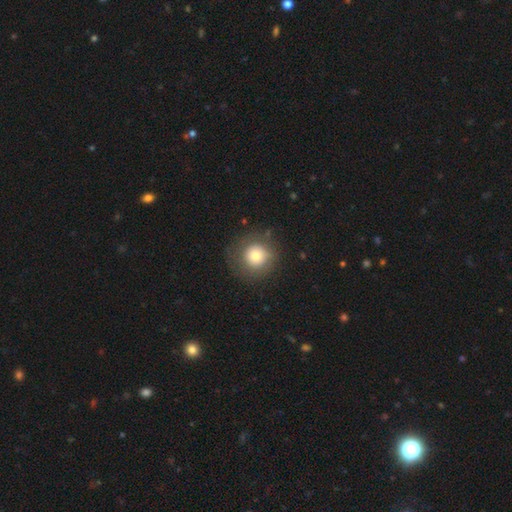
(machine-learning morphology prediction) This appears to be a smooth galaxy with no disk features (74%) that is round (94%). Merging: none (80%).